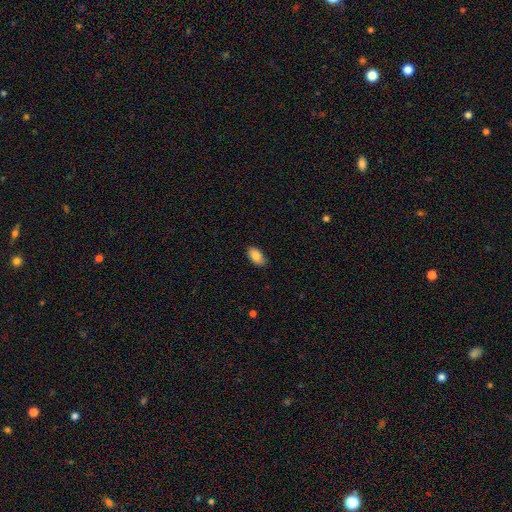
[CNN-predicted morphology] A smooth galaxy with no disk features (85%) that is in between round and cigar-shaped (93%).

Vote fractions:
- Smooth or featured? smooth: 85% / star or artifact: 7% / featured or disk: 7%
- How rounded? in between: 93% / round: 5% / cigar-shaped: 2%
- Merging? none: 81% / minor disturbance: 15% / major disturbance: 2% / merger: 1%